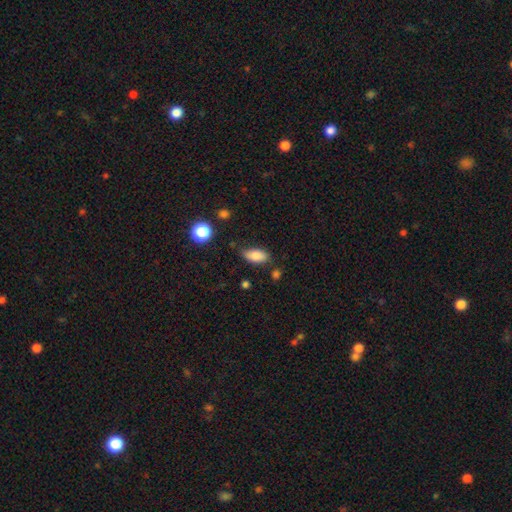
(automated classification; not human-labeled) Morphology: type=smooth (83%); roundness=in between (89%); merging=none (74%).